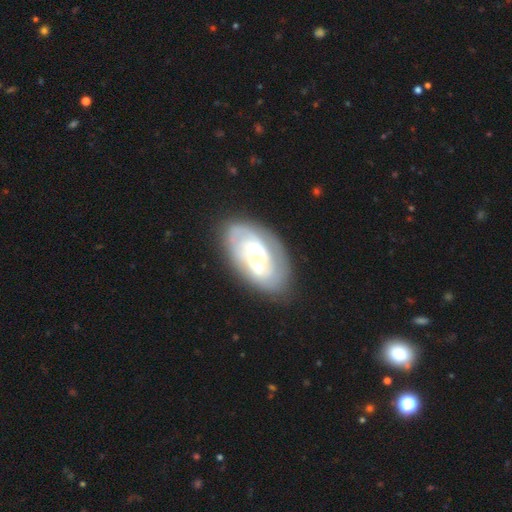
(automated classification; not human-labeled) Morphology: type=featured or disk (68%); edge-on=no (96%); bar=no (63%); spiral arms=yes (68%); bulge=small (34%); merging=none (65%).